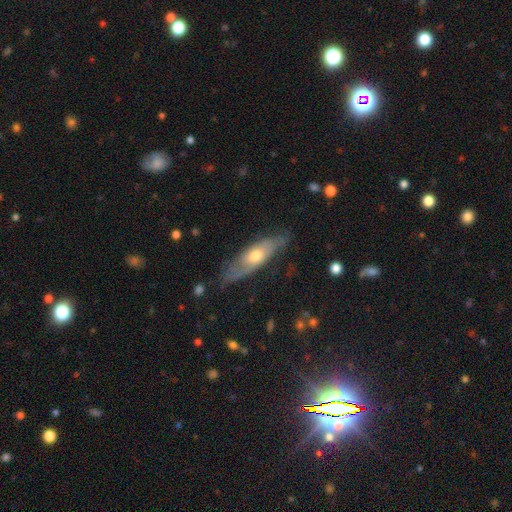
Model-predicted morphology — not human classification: Smooth or featured: featured or disk — 57% (smooth — 37%)
Edge-on disk: no — 59% (yes — 41%)
Merging: none — 65% (minor disturbance — 25%)